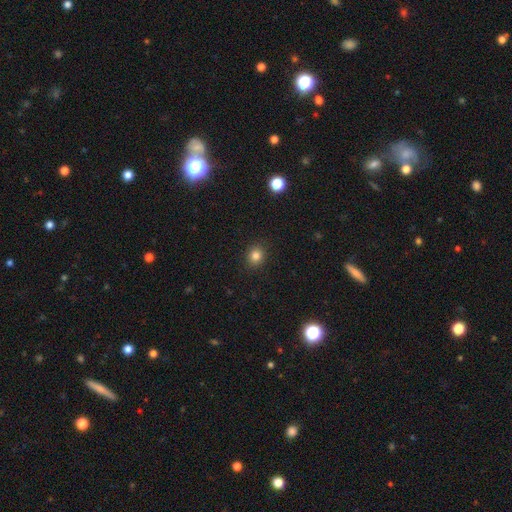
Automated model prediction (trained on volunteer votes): Smooth or featured: smooth — 83% (star or artifact — 12%)
How rounded: round — 74% (in between — 25%)
Merging: none — 90% (minor disturbance — 7%)